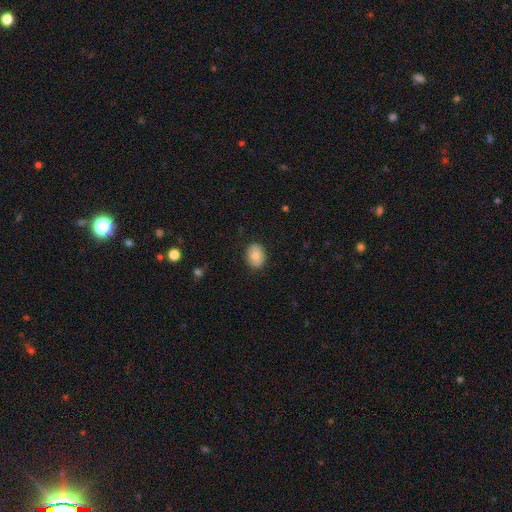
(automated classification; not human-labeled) This appears to be a smooth galaxy with no disk features (79%) that is in between round and cigar-shaped (65%). Merging: none (87%).